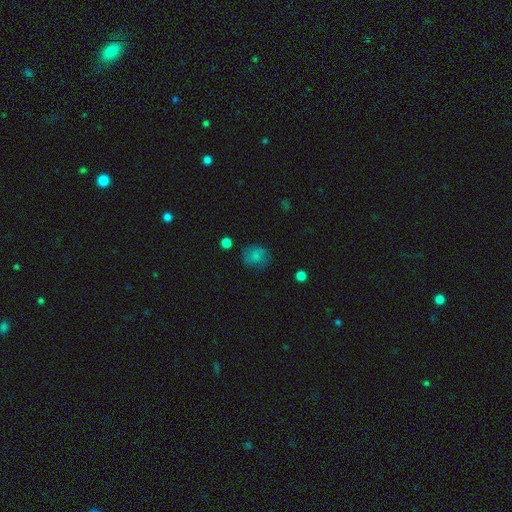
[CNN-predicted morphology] smooth_or_featured: smooth (p=0.76) [alt: featured or disk p=0.13]
how_rounded: round (p=0.63) [alt: in between p=0.36]
merging: none (p=0.67) [alt: minor disturbance p=0.22]